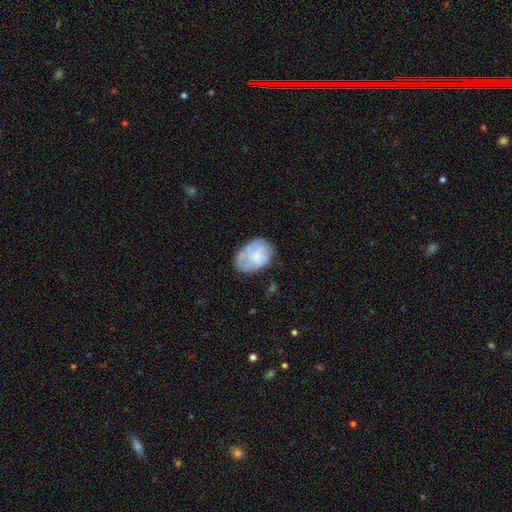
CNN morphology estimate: Smooth or featured: smooth — 56% (featured or disk — 36%)
How rounded: in between — 72% (round — 27%)
Merging: none — 50% (minor disturbance — 31%)